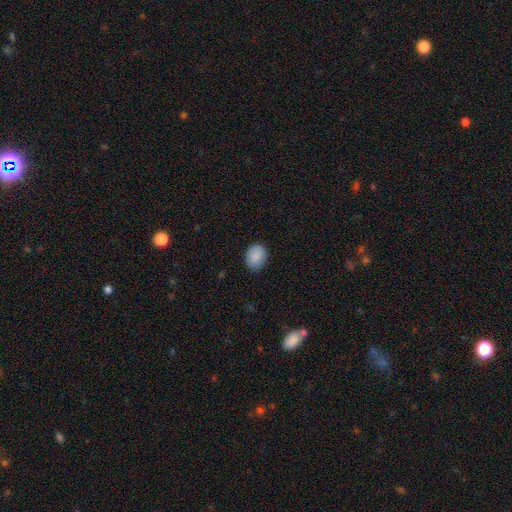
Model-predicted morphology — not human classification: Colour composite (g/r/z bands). It shows a smooth galaxy with no disk features (89%) that is in between round and cigar-shaped (60%). Merging: none (85%).